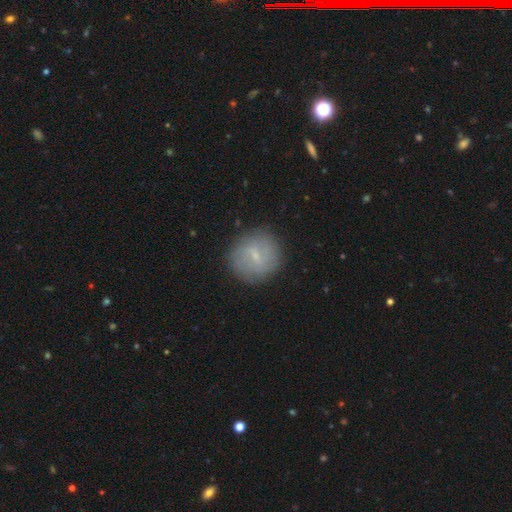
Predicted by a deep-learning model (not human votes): Smooth or featured: featured or disk — 46% (tied with smooth — 46%)
Merging: none — 83% (minor disturbance — 11%)